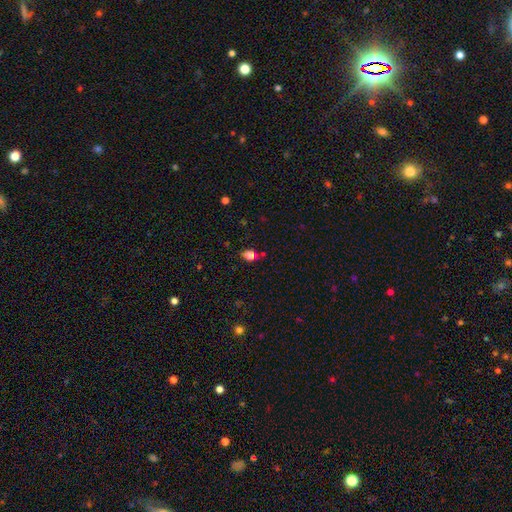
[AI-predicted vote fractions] Q: Smooth or featured?
A: smooth (71%); runner-up: star or artifact (20%)
Q: How rounded?
A: in between (56%); runner-up: round (41%)
Q: Merging?
A: none (75%); runner-up: minor disturbance (16%)